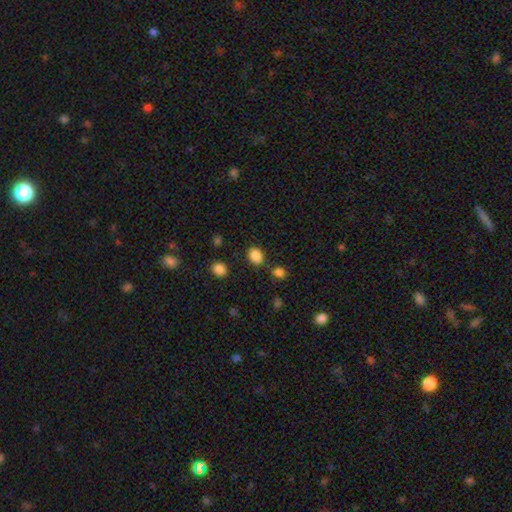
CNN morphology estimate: This is clearly a smooth galaxy (86%). How rounded: likely in between (60%). Merging: likely none (77%).